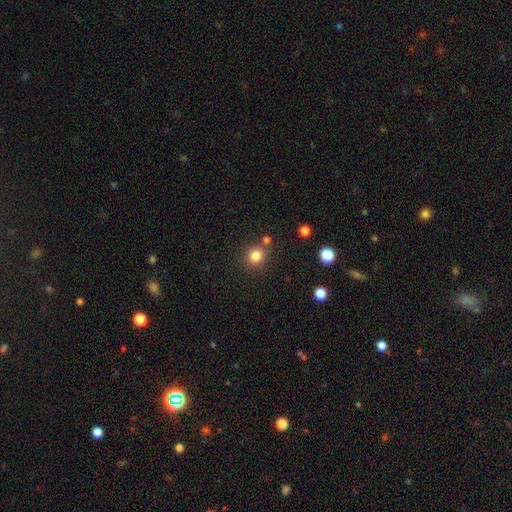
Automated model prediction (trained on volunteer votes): The model was most divided on "merging": none: 79%, merger: 10%, minor disturbance: 8%, major disturbance: 3%. More confident: how rounded — round (87%); smooth or featured — smooth (82%).